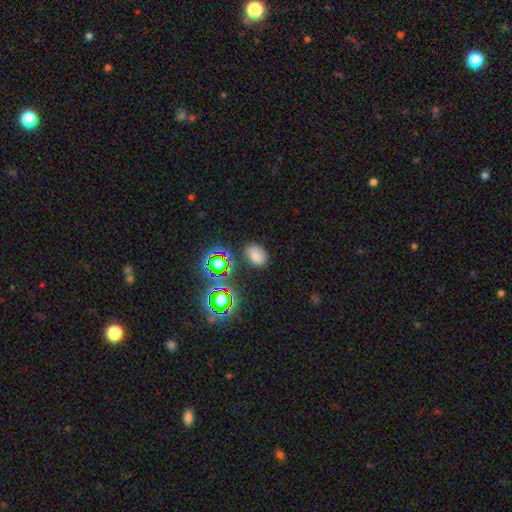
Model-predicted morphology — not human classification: This appears to be a smooth galaxy with no disk features (70%) that is in between round and cigar-shaped (79%). Merging: none (79%).